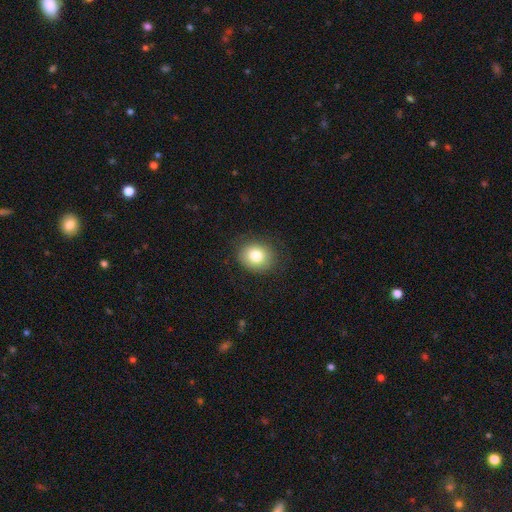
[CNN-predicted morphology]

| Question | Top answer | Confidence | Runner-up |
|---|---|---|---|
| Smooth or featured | smooth | 80% | featured or disk (10%) |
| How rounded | round | 63% | in between (36%) |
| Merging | none | 84% | minor disturbance (11%) |